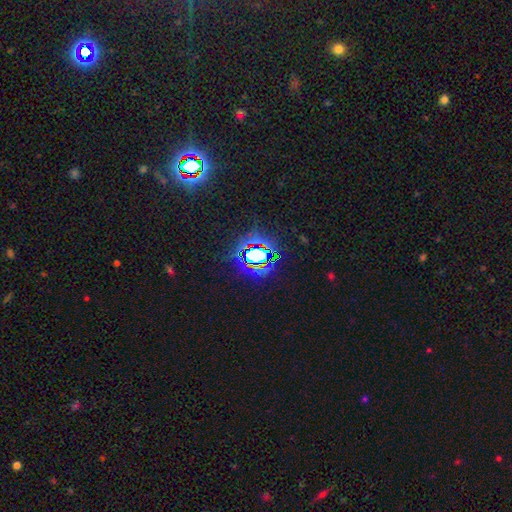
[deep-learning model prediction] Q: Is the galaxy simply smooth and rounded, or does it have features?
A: star or artifact — 74%.